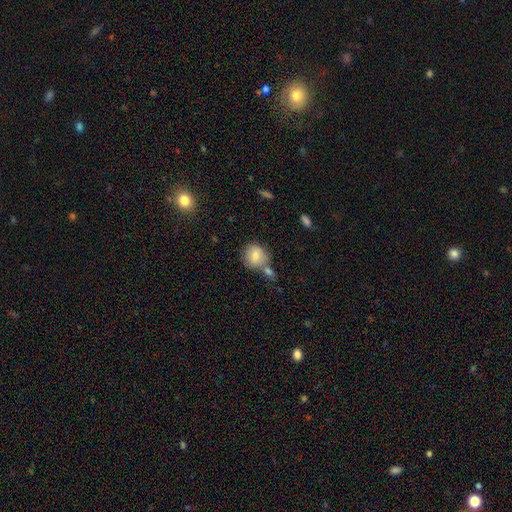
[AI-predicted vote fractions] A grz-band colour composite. It shows a smooth galaxy with no disk features (79%) that is round (83%). Merging: none (55%).